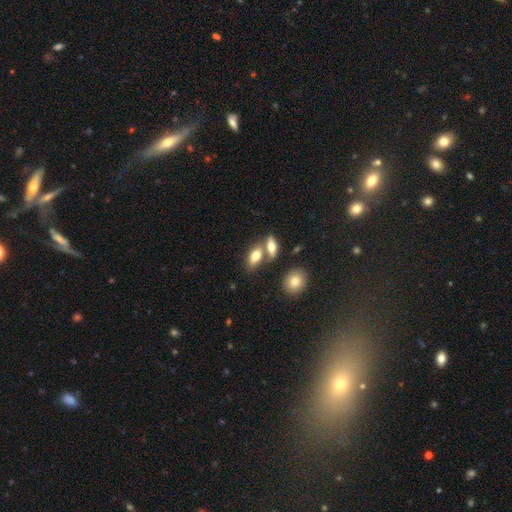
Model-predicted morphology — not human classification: Q: Smooth or featured?
A: smooth (73%); runner-up: featured or disk (20%)
Q: How rounded?
A: in between (82%); runner-up: cigar-shaped (11%)
Q: Merging?
A: none (49%); runner-up: merger (37%)